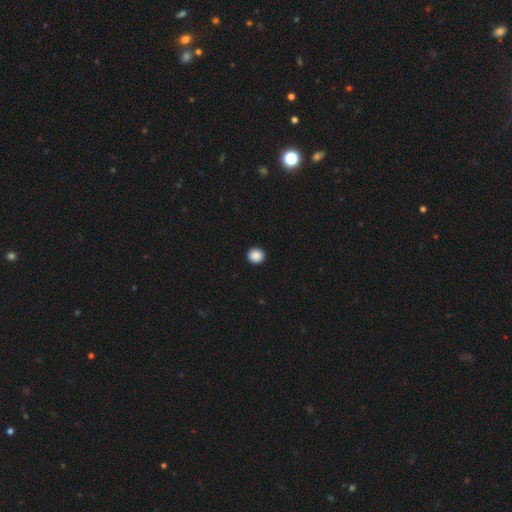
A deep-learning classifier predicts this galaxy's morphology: Overall: smooth (89%). How rounded: round (87%). Merging: none (93%).